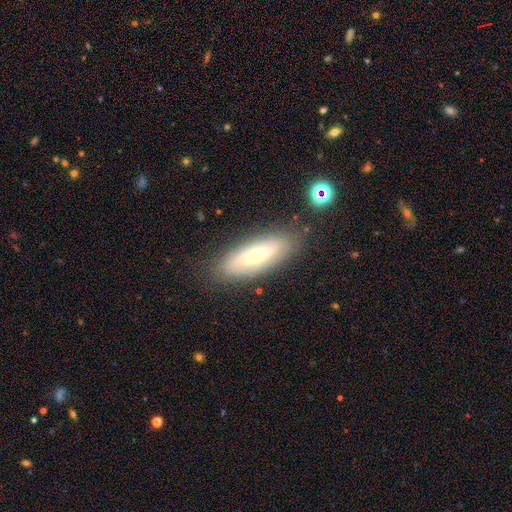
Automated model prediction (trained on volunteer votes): smooth-or-featured: featured or disk: 51% | smooth: 41% | star or artifact: 8%
  disk-edge-on: no: 71% | yes: 29%
  merging: none: 82% | minor disturbance: 13% | major disturbance: 4% | merger: 2%